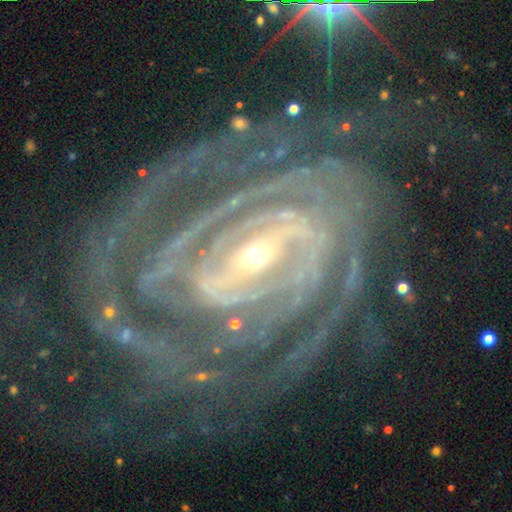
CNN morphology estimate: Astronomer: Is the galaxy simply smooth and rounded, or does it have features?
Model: featured or disk — 89%.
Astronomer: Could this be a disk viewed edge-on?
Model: no — 96%.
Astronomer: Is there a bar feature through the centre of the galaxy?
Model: strong — 54% (runner-up: weak, 31%).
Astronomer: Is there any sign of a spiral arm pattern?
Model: yes — 97%.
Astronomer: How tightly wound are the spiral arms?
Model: tight — 75%.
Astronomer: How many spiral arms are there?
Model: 2 — 28% (runner-up: can't tell, 22%).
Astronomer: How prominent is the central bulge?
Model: small — 73%.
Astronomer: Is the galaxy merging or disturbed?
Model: none — 66%.